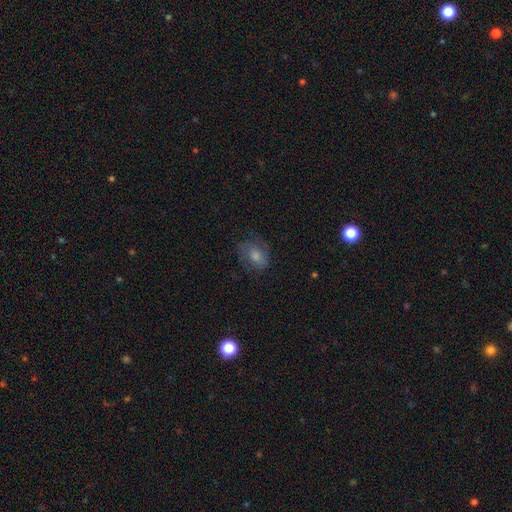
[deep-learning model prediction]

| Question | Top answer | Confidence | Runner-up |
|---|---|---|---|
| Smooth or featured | smooth | 43% | featured or disk (40%) |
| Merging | none | 70% | minor disturbance (19%) |